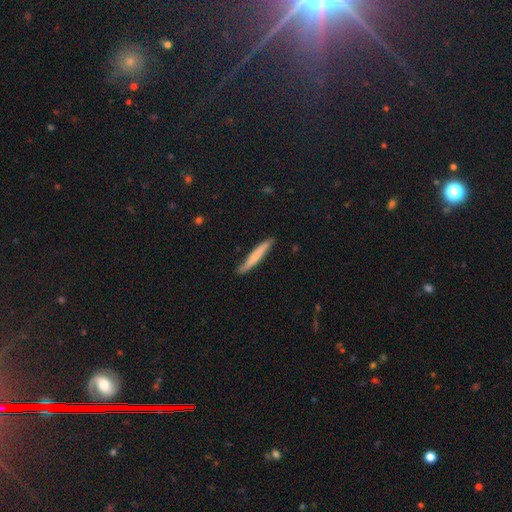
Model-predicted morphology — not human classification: A smooth galaxy with no disk features (65%) that is cigar-shaped (95%). Merging: none (81%).